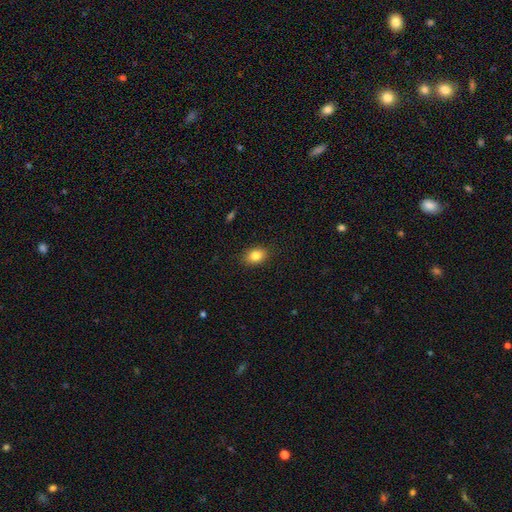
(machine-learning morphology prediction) smooth_or_featured: smooth (p=0.84) [alt: star or artifact p=0.09]
how_rounded: in between (p=0.77) [alt: round p=0.22]
merging: none (p=0.87) [alt: minor disturbance p=0.10]